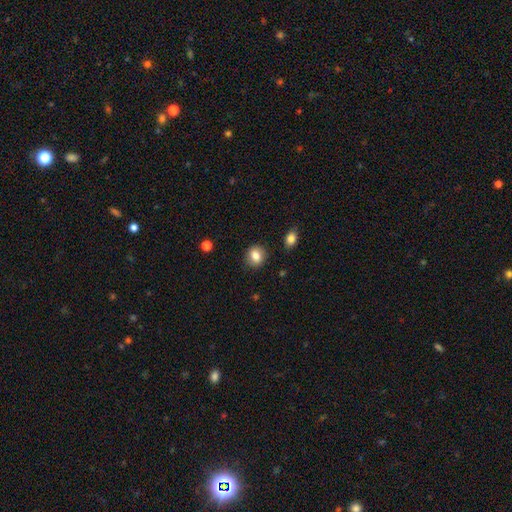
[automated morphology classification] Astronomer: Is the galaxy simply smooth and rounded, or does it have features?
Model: smooth — 83%.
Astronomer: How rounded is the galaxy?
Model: round — 72%.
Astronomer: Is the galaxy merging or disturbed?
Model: none — 88%.